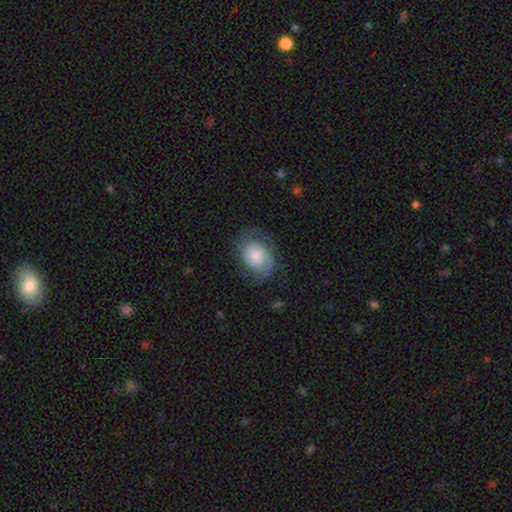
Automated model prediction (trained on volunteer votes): This appears to be a smooth galaxy with no disk features (53%) that is in between round and cigar-shaped (72%). Merging: none (61%).